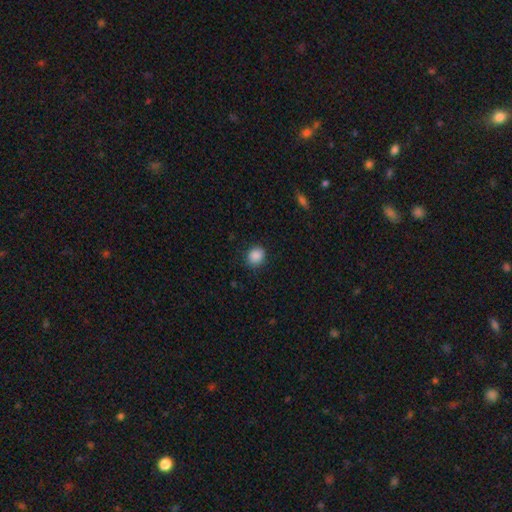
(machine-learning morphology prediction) Smooth or featured: smooth — 88% (star or artifact — 9%)
How rounded: round — 71% (in between — 28%)
Merging: none — 88% (minor disturbance — 9%)